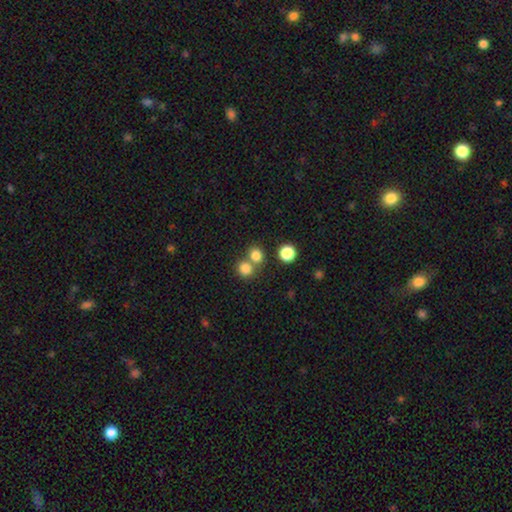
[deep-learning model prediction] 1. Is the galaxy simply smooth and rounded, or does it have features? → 79% smooth, 14% star or artifact, 7% featured or disk.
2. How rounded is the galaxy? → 85% round, 14% in between, 1% cigar-shaped.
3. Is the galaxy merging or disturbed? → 57% none, 35% merger, 6% minor disturbance, 3% major disturbance.